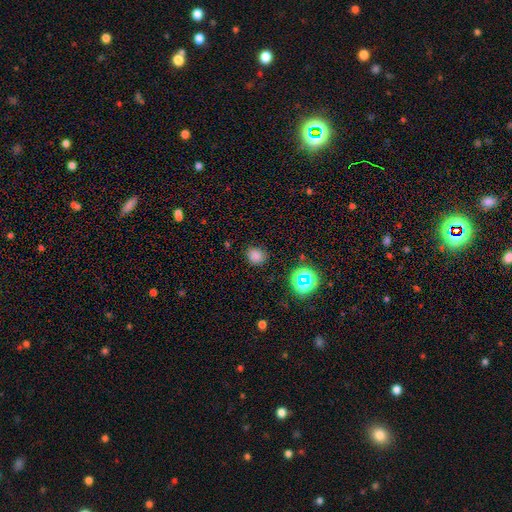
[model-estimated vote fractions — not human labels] Overall: smooth (77%). How rounded: round (78%). Merging: none (83%).